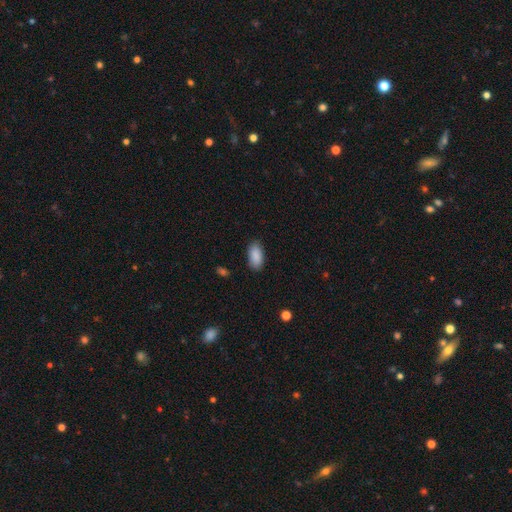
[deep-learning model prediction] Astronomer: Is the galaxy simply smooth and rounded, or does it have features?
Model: smooth — 90%.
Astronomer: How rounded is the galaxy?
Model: in between — 93%.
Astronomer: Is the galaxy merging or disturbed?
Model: none — 85%.